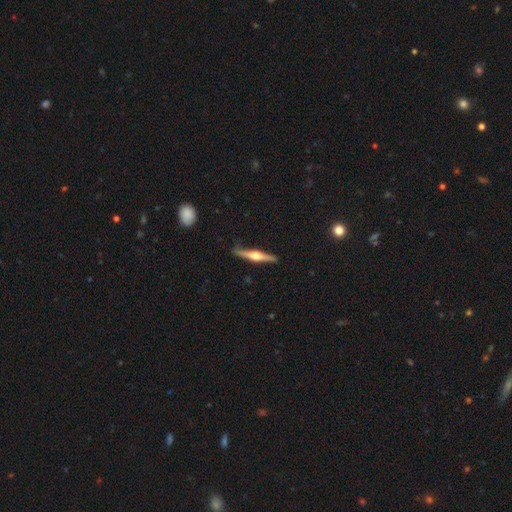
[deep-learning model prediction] featured or disk 72%, smooth 23%, star or artifact 5%. Down the decision tree: edge-on disk — yes (98%); edge-on bulge — rounded (95%); merging — none (86%).